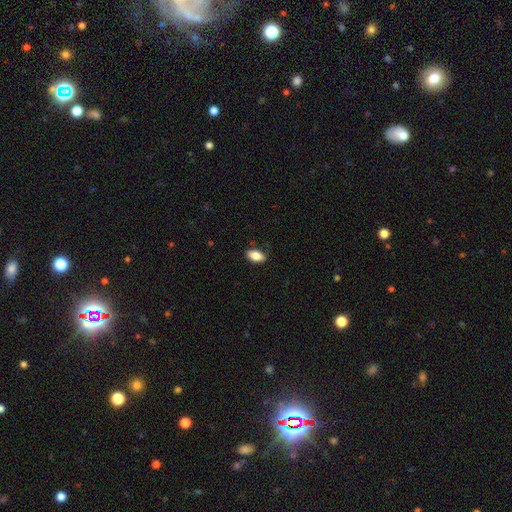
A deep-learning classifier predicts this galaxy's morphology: type=smooth (86%); roundness=in between (92%); merging=none (85%).